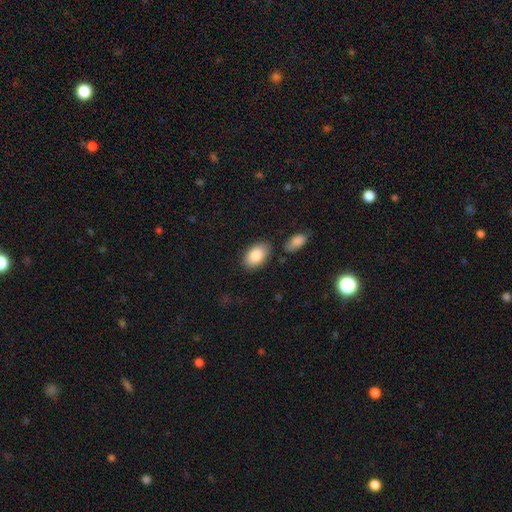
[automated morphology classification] The model was most divided on "merging": none: 81%, minor disturbance: 12%, merger: 5%, major disturbance: 3%. More confident: how rounded — in between (92%); smooth or featured — smooth (86%).